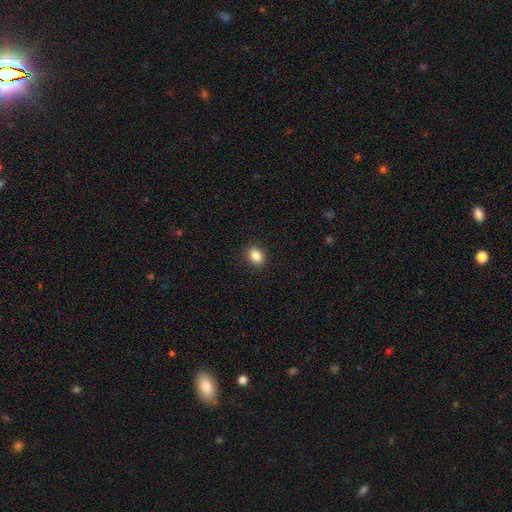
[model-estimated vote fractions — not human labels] This appears to be a smooth galaxy with no disk features (86%) that is in between round and cigar-shaped (59%). Merging: none (90%).